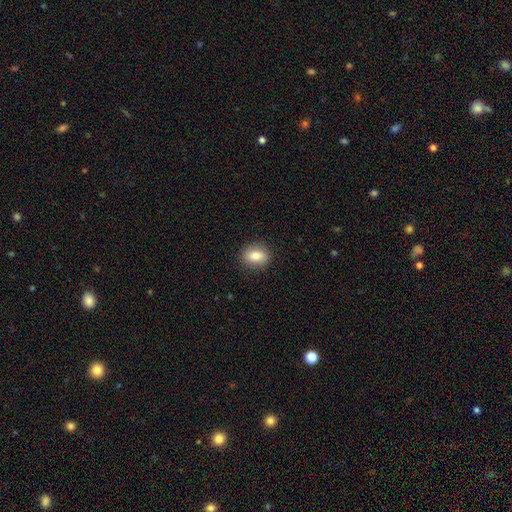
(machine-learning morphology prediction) A smooth galaxy with no disk features (80%) that is in between round and cigar-shaped (55%). Merging: none (89%).